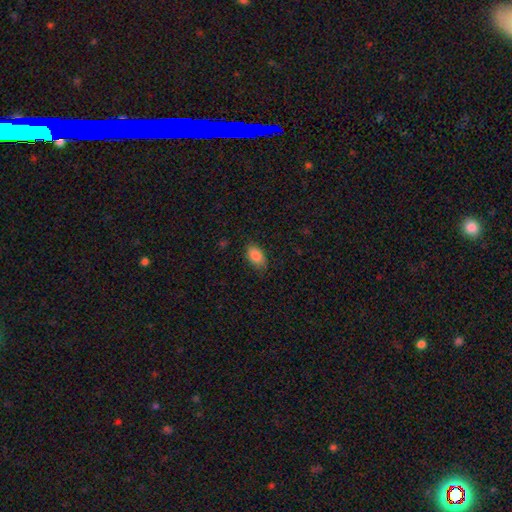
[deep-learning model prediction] smooth 86%, star or artifact 7%, featured or disk 7%. Down the decision tree: how rounded — in between (91%); merging — none (82%).